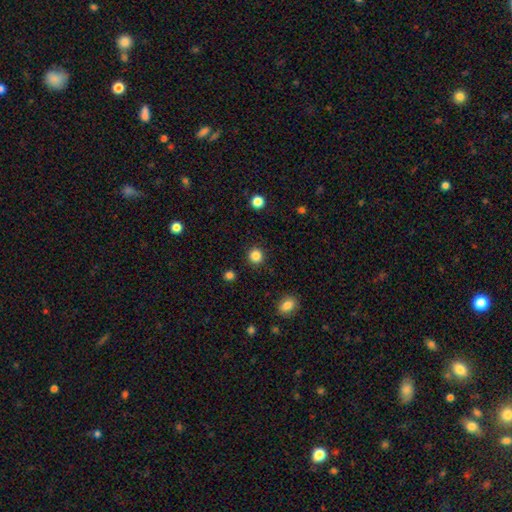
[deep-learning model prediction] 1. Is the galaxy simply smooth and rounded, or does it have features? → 85% smooth, 11% star or artifact, 3% featured or disk.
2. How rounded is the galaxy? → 92% round, 7% in between, 1% cigar-shaped.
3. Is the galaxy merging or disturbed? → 91% none, 5% minor disturbance, 2% major disturbance, 1% merger.